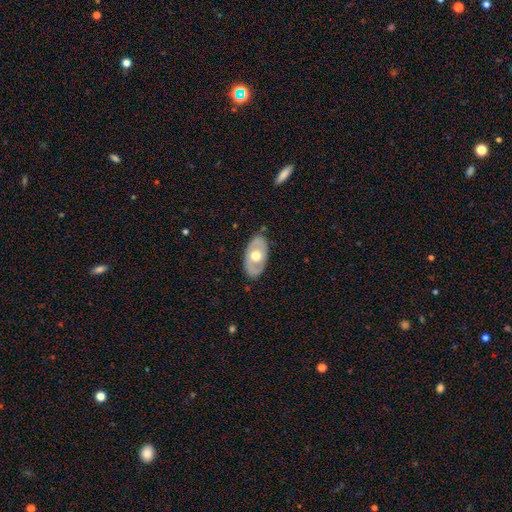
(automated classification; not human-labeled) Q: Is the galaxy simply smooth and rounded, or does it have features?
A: featured or disk — 54%.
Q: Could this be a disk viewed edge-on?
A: no — 86%.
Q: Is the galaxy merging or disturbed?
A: none — 82%.